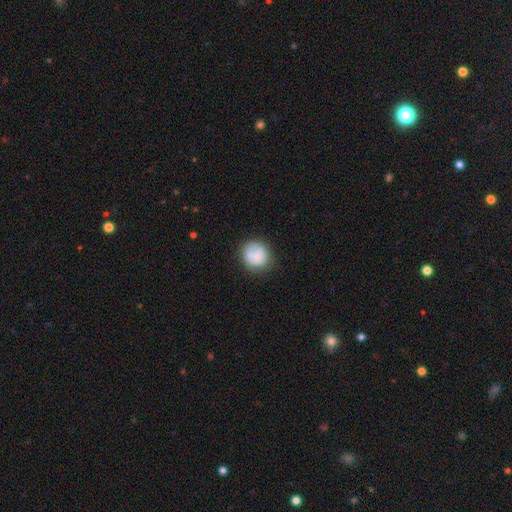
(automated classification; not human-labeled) Overall: smooth (76%). How rounded: round (83%). Merging: none (67%).